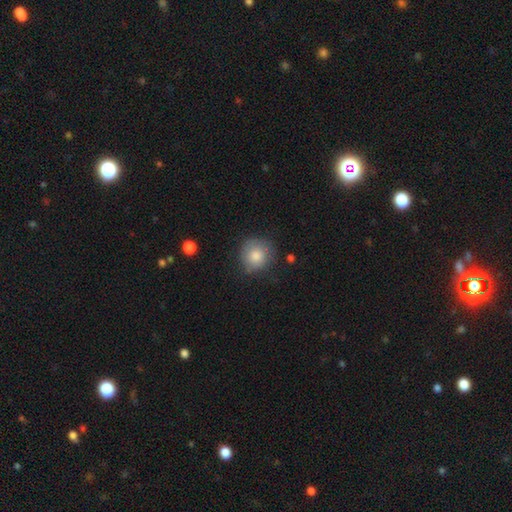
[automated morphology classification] A smooth galaxy with no disk features (80%) that is round (90%). Merging: none (73%).